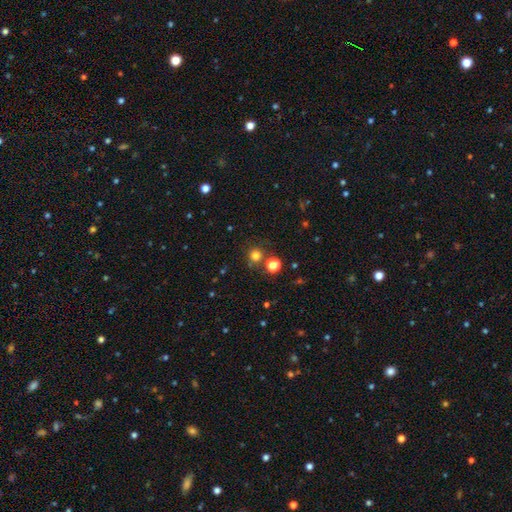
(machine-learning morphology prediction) This appears to be a smooth galaxy with no disk features (76%) that is round (93%). Merging: none (77%).